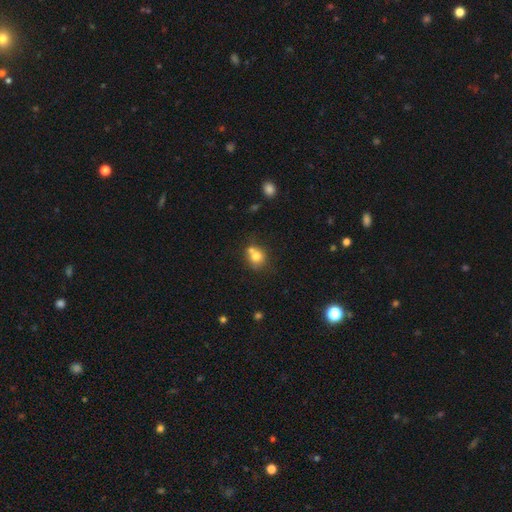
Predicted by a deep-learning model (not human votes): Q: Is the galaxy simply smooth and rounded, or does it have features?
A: smooth — 75%.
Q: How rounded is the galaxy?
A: round — 74%.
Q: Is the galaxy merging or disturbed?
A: none — 44%.